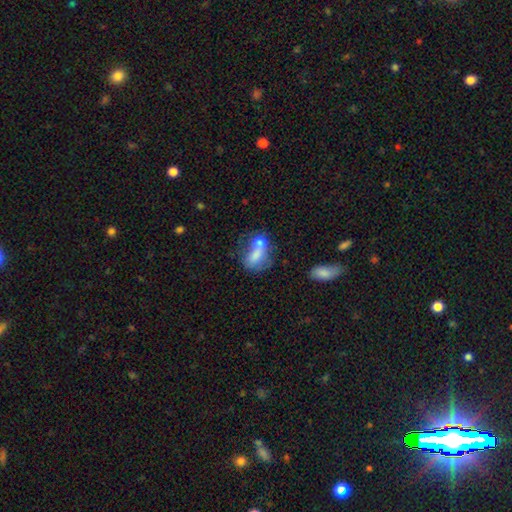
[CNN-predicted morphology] type=smooth (66%); roundness=in between (80%); merging=merger (57%).